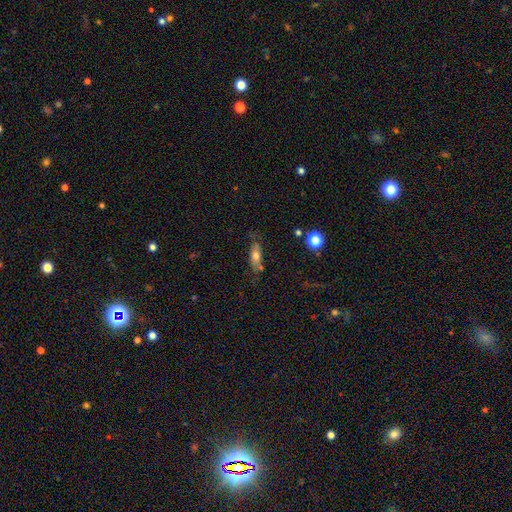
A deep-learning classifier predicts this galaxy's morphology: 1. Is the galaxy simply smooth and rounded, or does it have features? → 65% smooth, 27% featured or disk, 8% star or artifact.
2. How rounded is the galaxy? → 66% in between, 29% cigar-shaped, 5% round.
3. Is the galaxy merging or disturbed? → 62% none, 23% minor disturbance, 8% merger, 7% major disturbance.